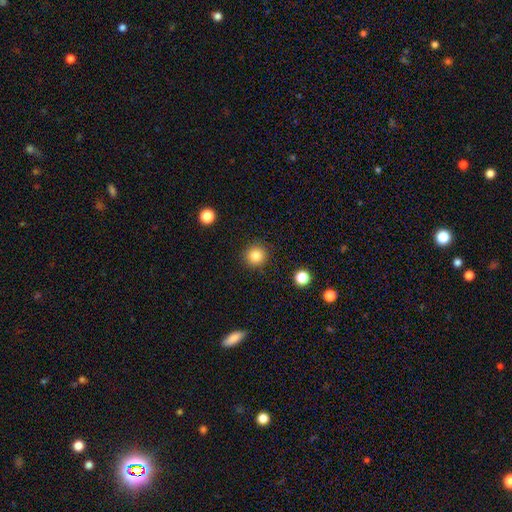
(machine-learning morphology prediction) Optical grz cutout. It shows a smooth galaxy with no disk features (84%) that is round (93%). Merging: none (90%).